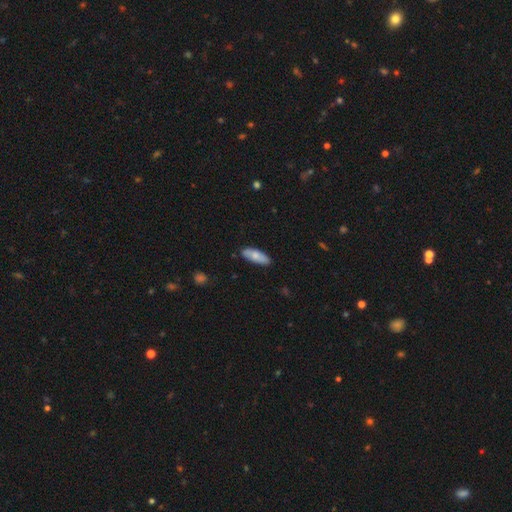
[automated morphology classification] This is likely a smooth galaxy (78%). How rounded: likely in between (64%). Merging: clearly none (84%).